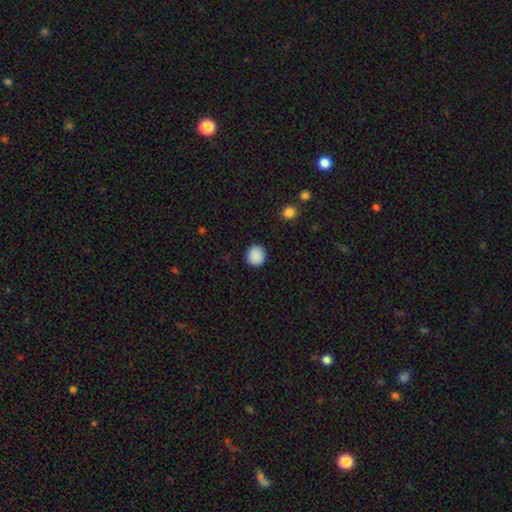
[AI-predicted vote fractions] Smooth or featured: smooth — 89% (star or artifact — 8%)
How rounded: round — 90% (in between — 9%)
Merging: none — 91% (minor disturbance — 6%)